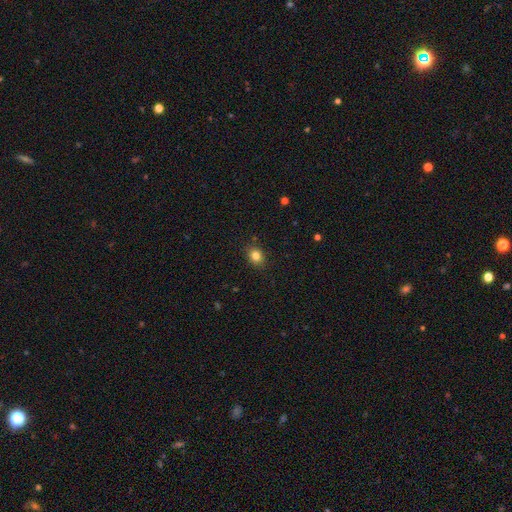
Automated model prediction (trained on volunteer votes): smooth-or-featured: smooth: 81% | star or artifact: 12% | featured or disk: 7%
  how-rounded: round: 54% | in between: 45% | cigar-shaped: 1%
  merging: none: 87% | minor disturbance: 9% | major disturbance: 2% | merger: 1%